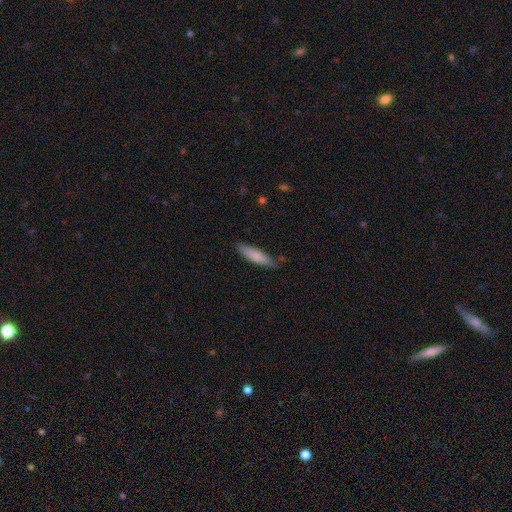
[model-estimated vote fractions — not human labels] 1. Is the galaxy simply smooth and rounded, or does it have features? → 82% smooth, 12% featured or disk, 6% star or artifact.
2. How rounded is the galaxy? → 70% cigar-shaped, 29% in between, 1% round.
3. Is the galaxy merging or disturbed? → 77% none, 18% minor disturbance, 3% major disturbance, 2% merger.